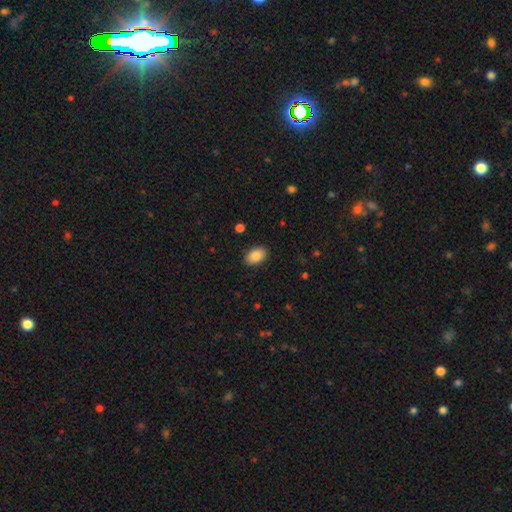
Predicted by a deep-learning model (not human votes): This is clearly a smooth galaxy (88%). How rounded: clearly in between (88%). Merging: clearly none (88%).